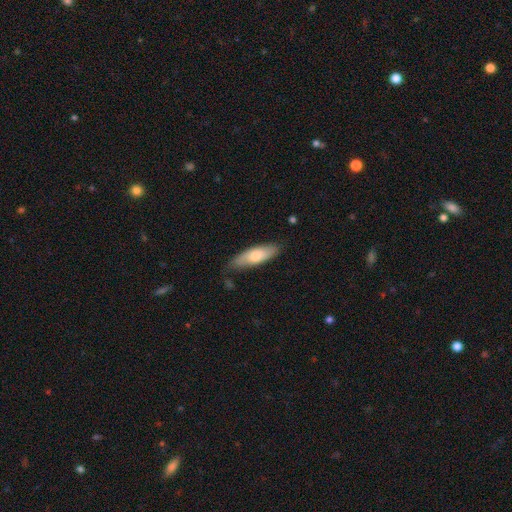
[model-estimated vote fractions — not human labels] Overall: smooth (70%). How rounded: in between (55%; cigar-shaped 43%). Merging: none (76%).